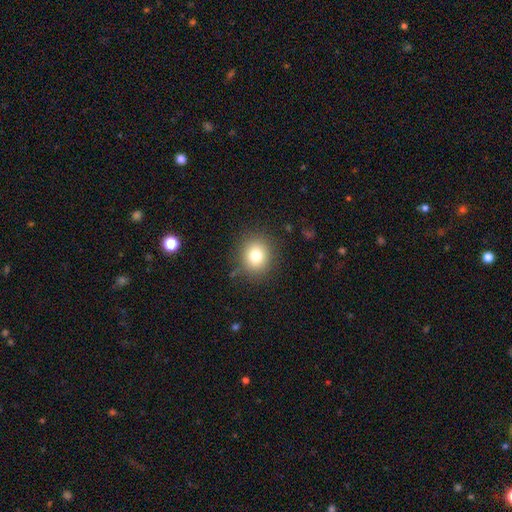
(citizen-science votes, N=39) Smooth or featured? 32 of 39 (82%) said smooth. How rounded? 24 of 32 (75%) said round. Merging? 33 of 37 (89%) said none.